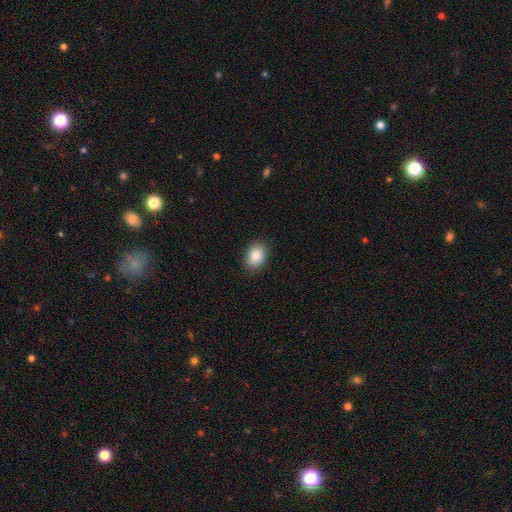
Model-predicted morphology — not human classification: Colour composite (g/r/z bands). It shows a smooth galaxy with no disk features (87%) that is in between round and cigar-shaped (76%). Merging: none (88%).